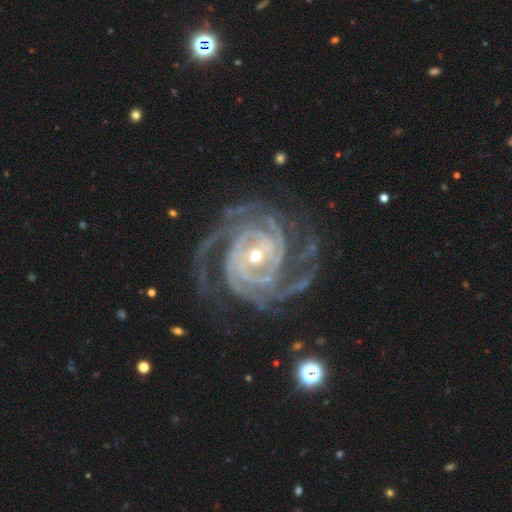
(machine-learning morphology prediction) Overall: featured or disk (94%). Edge-on disk: no (98%). Bar: no (43%; weak 31%). Spiral arms: yes (99%). Spiral arm count: 3 (28%; 4 24%). Spiral winding: tight (76%). Bulge size: small (49%; moderate 48%). Merging: none (74%).